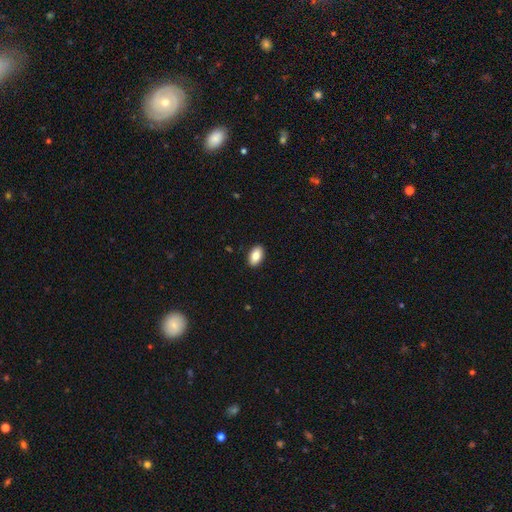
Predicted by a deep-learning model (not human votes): A smooth galaxy with no disk features (84%) that is in between round and cigar-shaped (92%). Merging: none (90%).